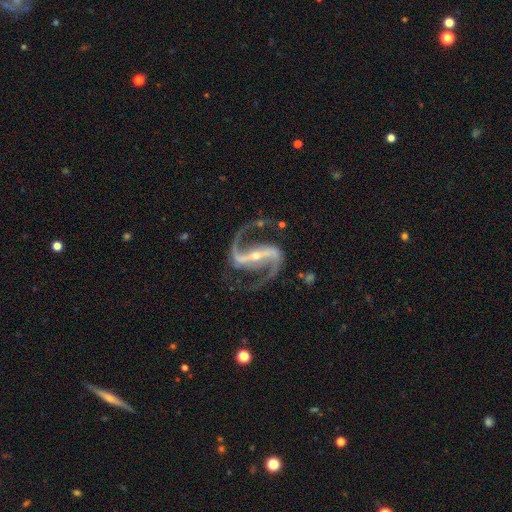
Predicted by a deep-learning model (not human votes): This is clearly a featured or disk galaxy (94%). It is clearly not viewed edge-on (98%). Bar: likely strong (77%). Spiral arm pattern: clearly yes (99%). Spiral arm count: clearly 2 (95%). Spiral winding: likely medium (60%). Central bulge: likely small (69%). Merging: clearly none (82%).